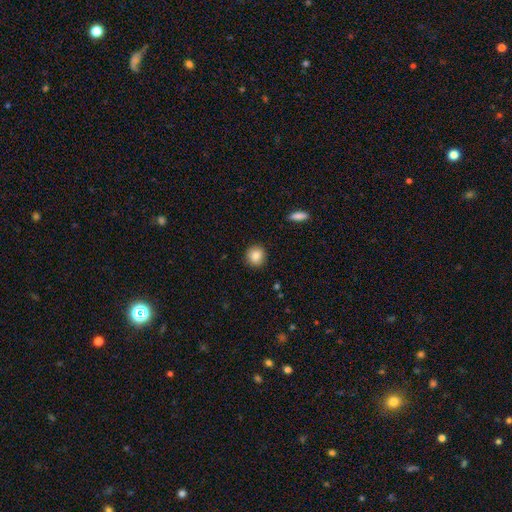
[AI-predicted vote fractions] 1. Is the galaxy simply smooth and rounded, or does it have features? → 87% smooth, 9% star or artifact, 4% featured or disk.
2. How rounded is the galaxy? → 88% round, 10% in between, 1% cigar-shaped.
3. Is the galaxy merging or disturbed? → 90% none, 7% minor disturbance, 2% major disturbance, 1% merger.